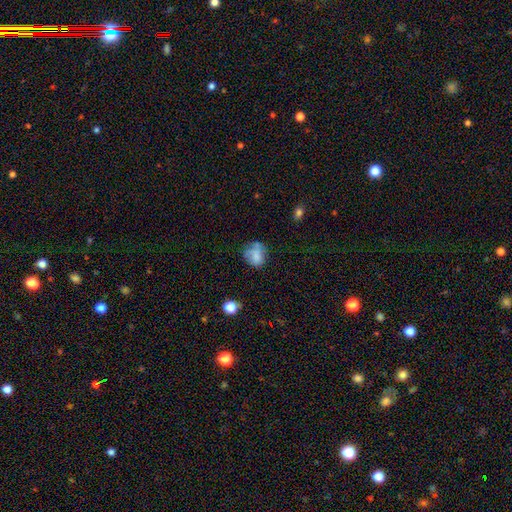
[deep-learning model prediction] Smooth or featured?
  - smooth: 70% *
  - featured or disk: 20%
  - star or artifact: 10%
How rounded?
  - round: 63% *
  - in between: 35%
  - cigar-shaped: 1%
Merging?
  - none: 48% *
  - minor disturbance: 29%
  - major disturbance: 15%
  - merger: 7%